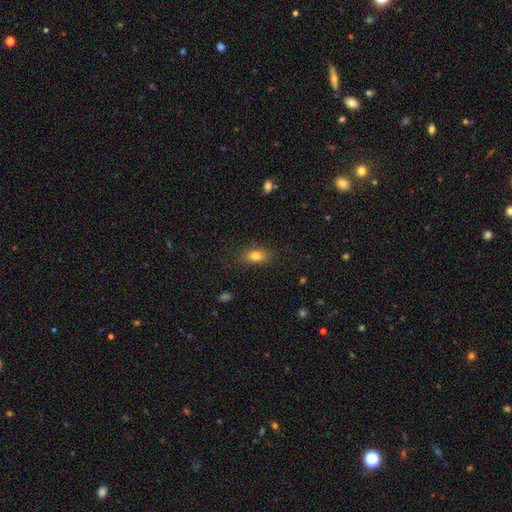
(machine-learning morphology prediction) Smooth or featured? smooth (80%)
How rounded? in between (81%)
Merging? none (81%)